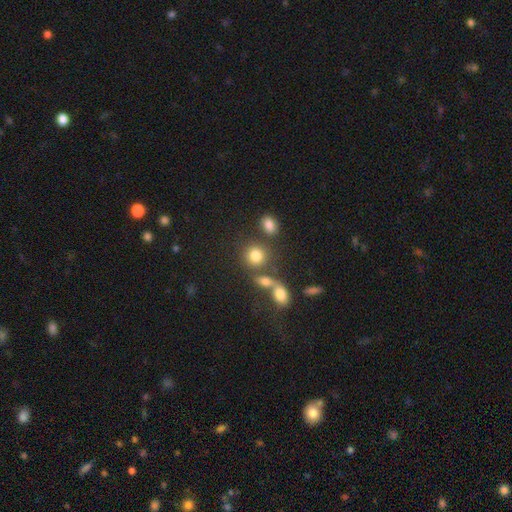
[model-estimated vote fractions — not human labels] Smooth or featured? smooth (79%)
How rounded? round (78%)
Merging? none (59%)